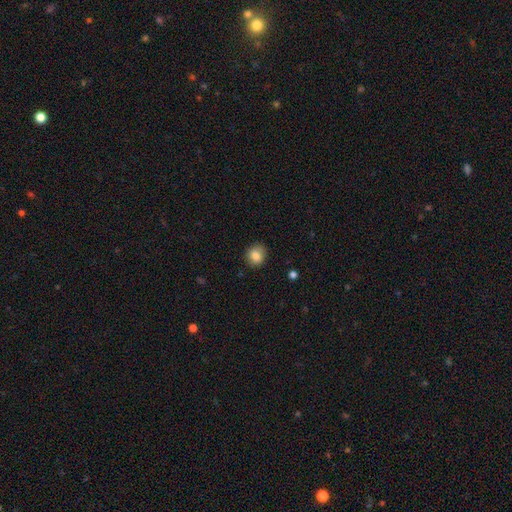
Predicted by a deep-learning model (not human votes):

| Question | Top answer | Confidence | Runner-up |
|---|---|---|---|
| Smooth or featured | smooth | 84% | star or artifact (9%) |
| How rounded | round | 76% | in between (23%) |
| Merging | none | 84% | minor disturbance (12%) |